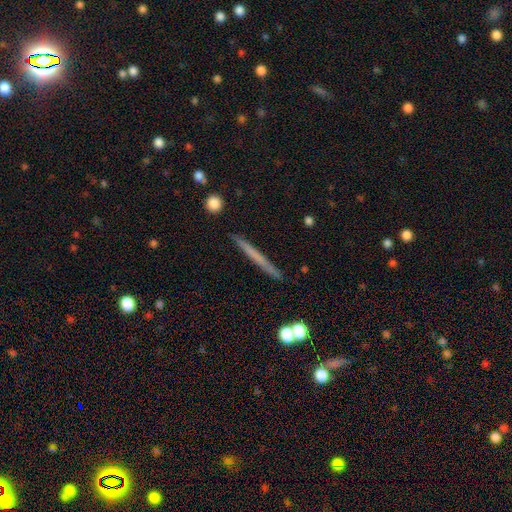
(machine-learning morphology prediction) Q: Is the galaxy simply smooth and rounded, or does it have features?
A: smooth — 53%.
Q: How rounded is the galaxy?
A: cigar-shaped — 96%.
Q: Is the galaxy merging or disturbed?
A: none — 90%.